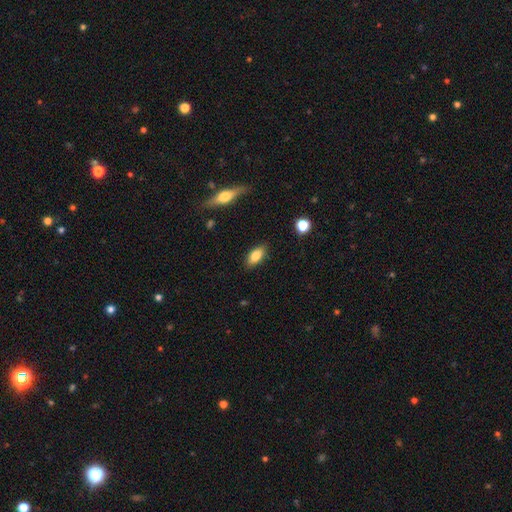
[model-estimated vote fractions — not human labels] Smooth or featured?
  - smooth: 81% *
  - featured or disk: 11%
  - star or artifact: 7%
How rounded?
  - in between: 87% *
  - cigar-shaped: 9%
  - round: 4%
Merging?
  - none: 87% *
  - minor disturbance: 10%
  - major disturbance: 2%
  - merger: 1%